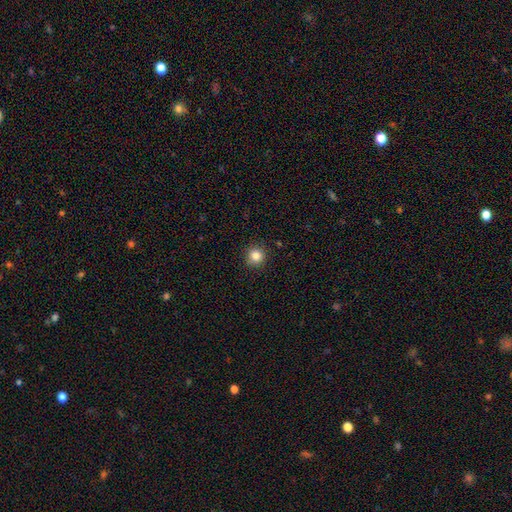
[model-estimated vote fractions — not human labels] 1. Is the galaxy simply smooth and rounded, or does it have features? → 84% smooth, 11% star or artifact, 5% featured or disk.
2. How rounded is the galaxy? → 93% round, 6% in between, 1% cigar-shaped.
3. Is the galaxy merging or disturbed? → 91% none, 6% minor disturbance, 2% major disturbance, 1% merger.